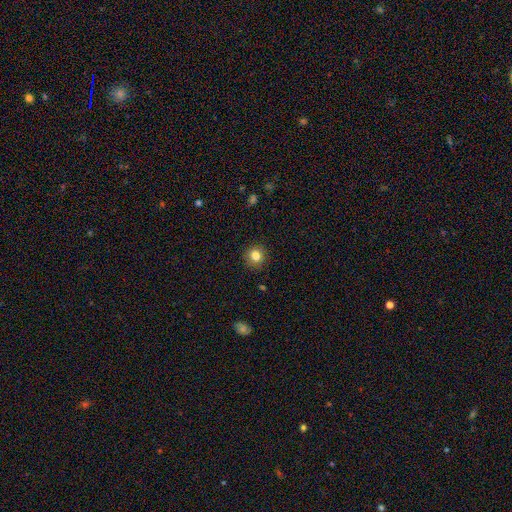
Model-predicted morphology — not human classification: smooth_or_featured: smooth (p=0.82) [alt: star or artifact p=0.11]
how_rounded: round (p=0.90) [alt: in between p=0.09]
merging: none (p=0.90) [alt: minor disturbance p=0.07]